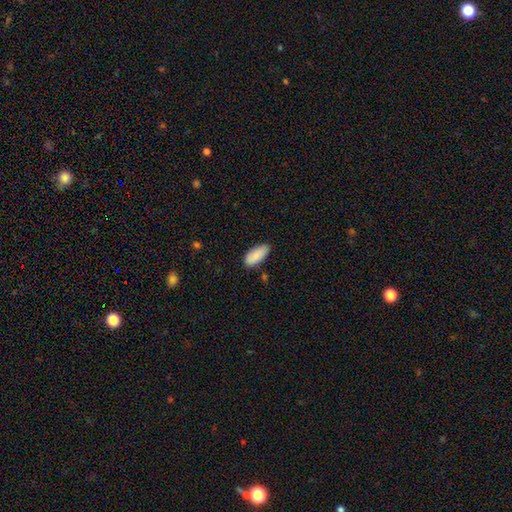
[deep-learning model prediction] Smooth or featured? smooth (88%)
How rounded? in between (88%)
Merging? none (82%)